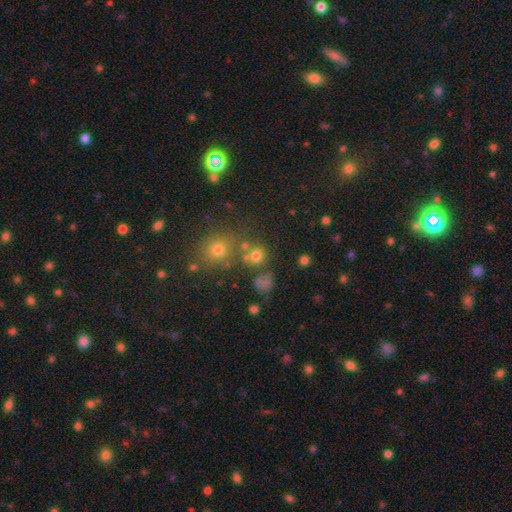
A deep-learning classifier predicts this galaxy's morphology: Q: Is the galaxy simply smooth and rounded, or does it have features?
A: smooth — 68%.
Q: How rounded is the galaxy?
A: round — 85%.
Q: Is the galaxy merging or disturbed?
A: none — 66%.